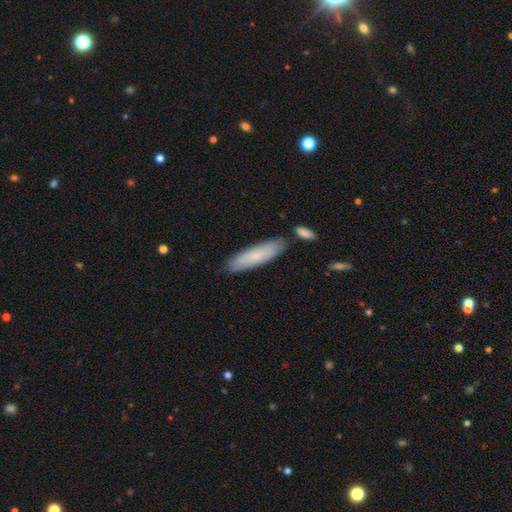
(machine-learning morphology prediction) smooth 74%, featured or disk 20%, star or artifact 6%. Down the decision tree: how rounded — cigar-shaped (73%); merging — none (81%).